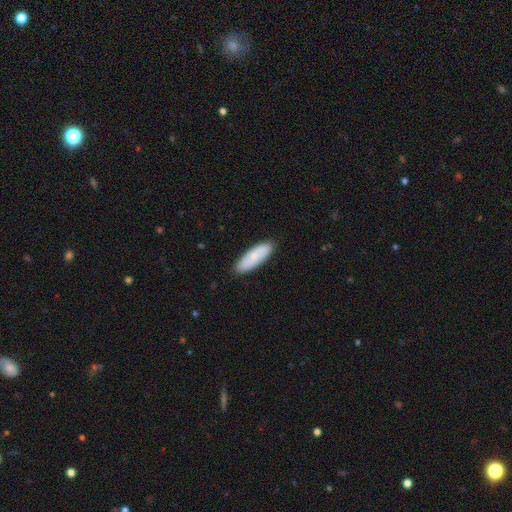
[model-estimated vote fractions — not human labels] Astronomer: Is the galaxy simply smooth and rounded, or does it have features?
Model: smooth — 78%.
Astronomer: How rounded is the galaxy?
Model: in between — 57% (runner-up: cigar-shaped, 41%).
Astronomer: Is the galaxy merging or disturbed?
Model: none — 87%.